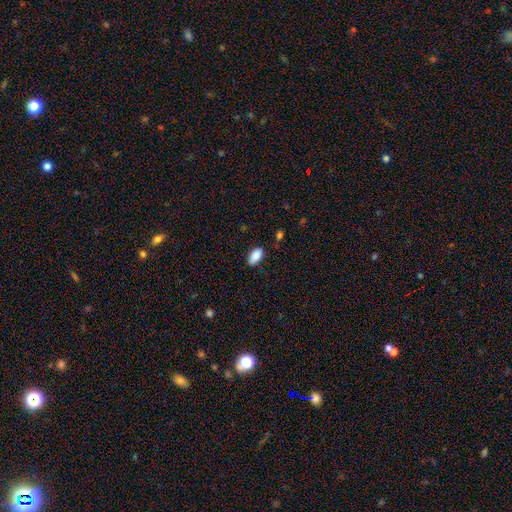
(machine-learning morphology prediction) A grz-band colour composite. It shows a smooth galaxy with no disk features (86%) that is in between round and cigar-shaped (90%). Merging: none (82%).